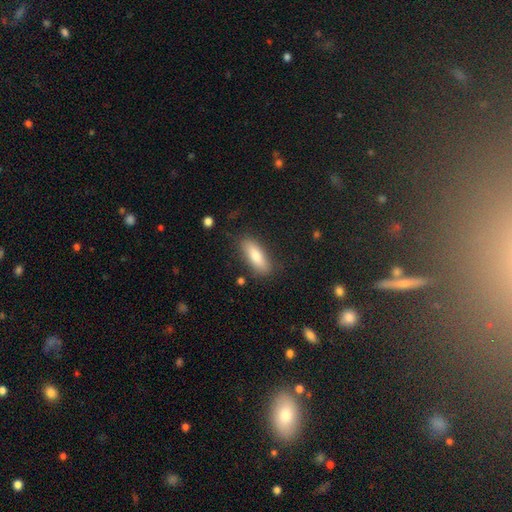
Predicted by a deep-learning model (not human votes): This is likely a smooth galaxy (78%). How rounded: likely in between (61%). Merging: clearly none (83%).